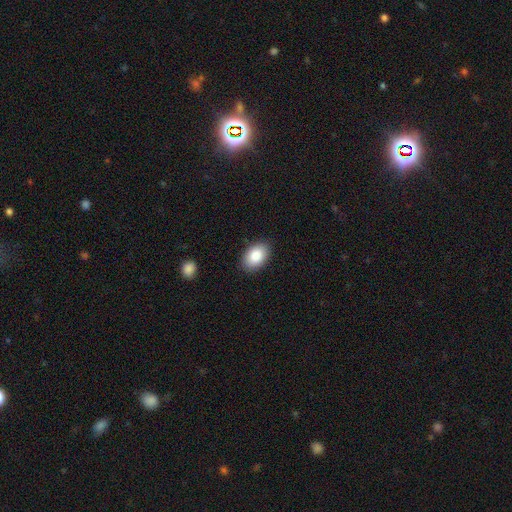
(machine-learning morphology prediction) Smooth or featured? smooth (87%)
How rounded? in between (90%)
Merging? none (87%)